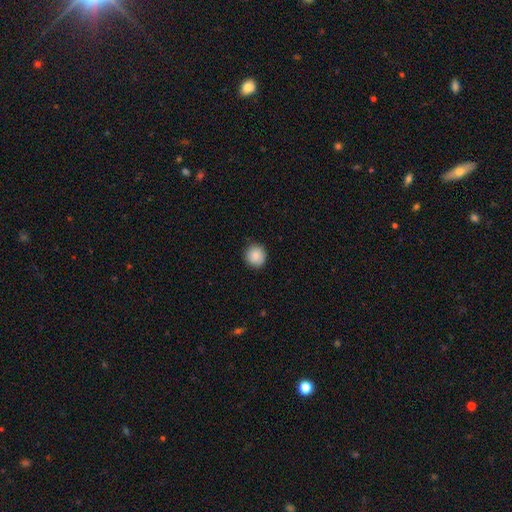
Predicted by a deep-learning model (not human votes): Smooth or featured? Predicted: smooth (p=0.87). How rounded? Predicted: round (p=0.91). Merging? Predicted: none (p=0.87).